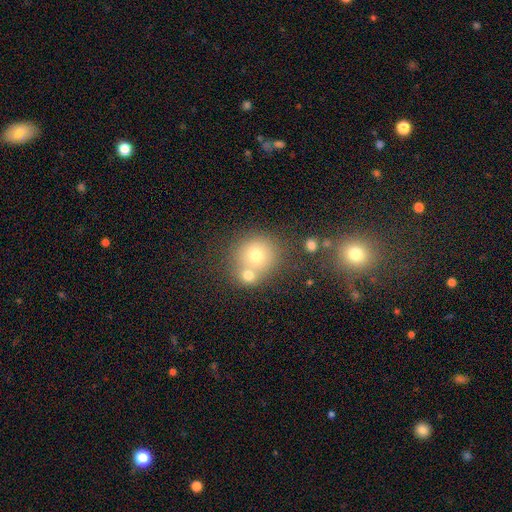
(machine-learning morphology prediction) A smooth galaxy with no disk features (68%) that is round (87%). Merging: none (53%).